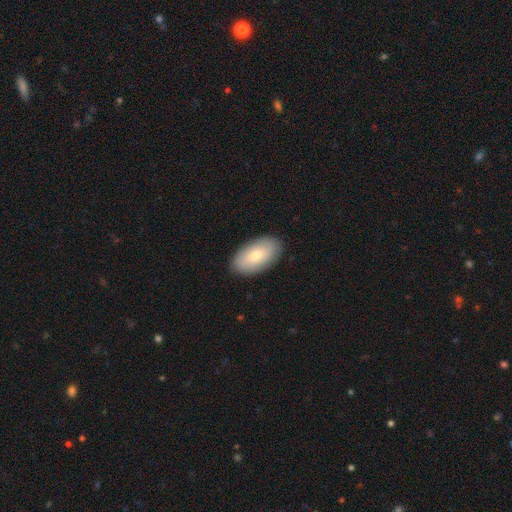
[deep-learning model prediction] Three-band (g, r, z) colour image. It shows a smooth galaxy with no disk features (72%) that is in between round and cigar-shaped (95%). Merging: none (88%).